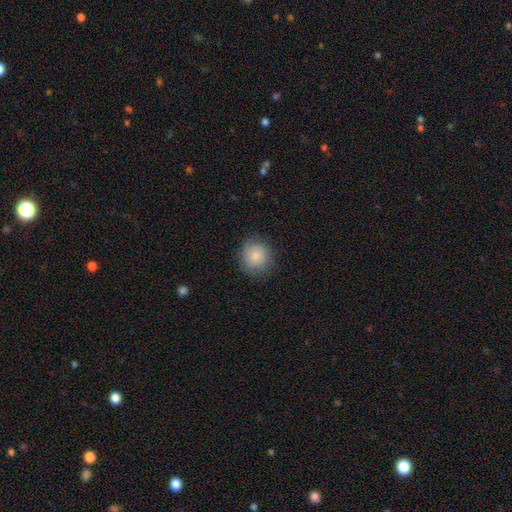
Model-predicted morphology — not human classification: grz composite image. It shows a smooth galaxy with no disk features (81%) that is round (85%). Merging: none (81%).